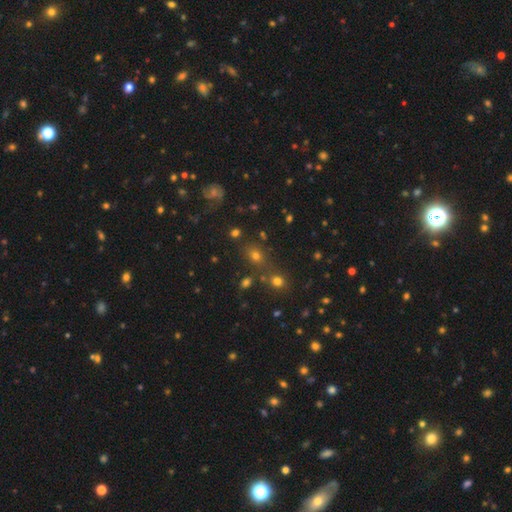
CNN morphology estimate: A smooth galaxy with no disk features (54%) that is round (60%). Merging: none (70%).